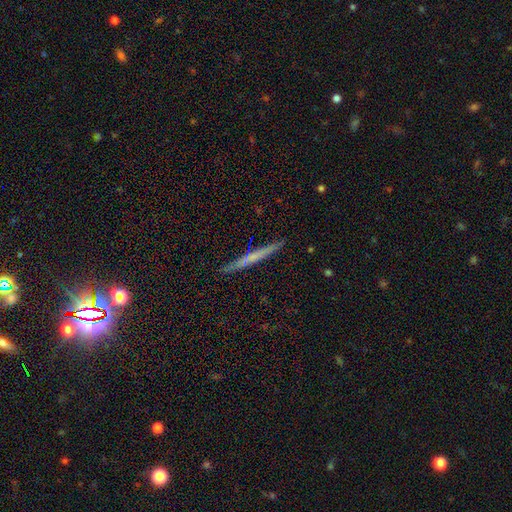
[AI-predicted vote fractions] This appears to be a featured or disk galaxy (47%). Merging: none (90%).